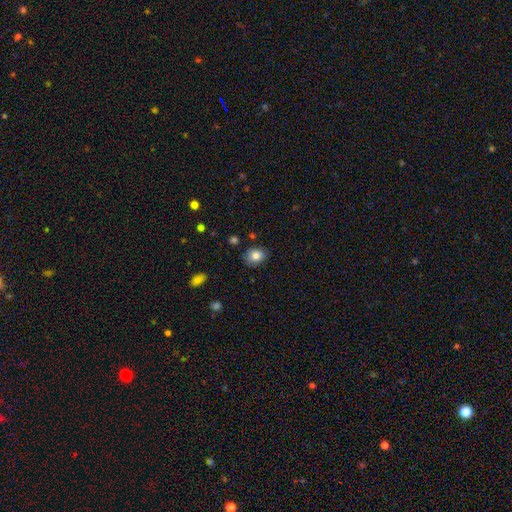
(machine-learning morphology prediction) smooth 83%, star or artifact 9%, featured or disk 8%. Down the decision tree: how rounded — in between (50%); merging — none (83%).